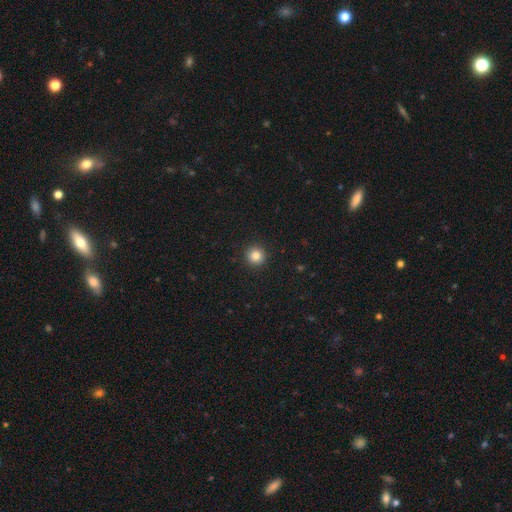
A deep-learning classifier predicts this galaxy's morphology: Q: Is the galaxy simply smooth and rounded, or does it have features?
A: smooth — 83%.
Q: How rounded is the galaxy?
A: round — 95%.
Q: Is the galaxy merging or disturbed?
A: none — 93%.